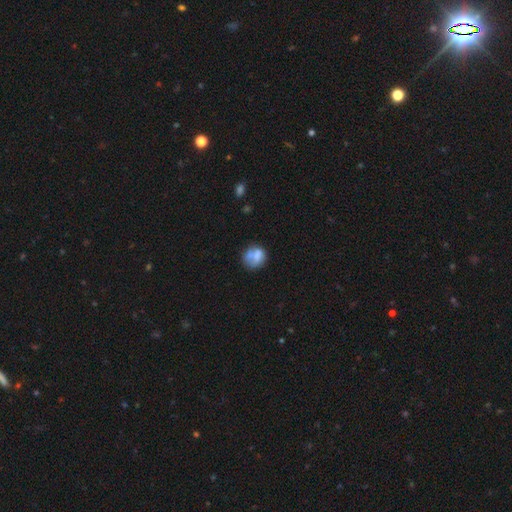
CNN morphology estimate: A smooth galaxy with no disk features (62%) that is round (68%).

Vote fractions:
- Smooth or featured? smooth: 62% / featured or disk: 29% / star or artifact: 10%
- How rounded? round: 68% / in between: 31% / cigar-shaped: 1%
- Merging? none: 44% / merger: 23% / minor disturbance: 21% / major disturbance: 12%